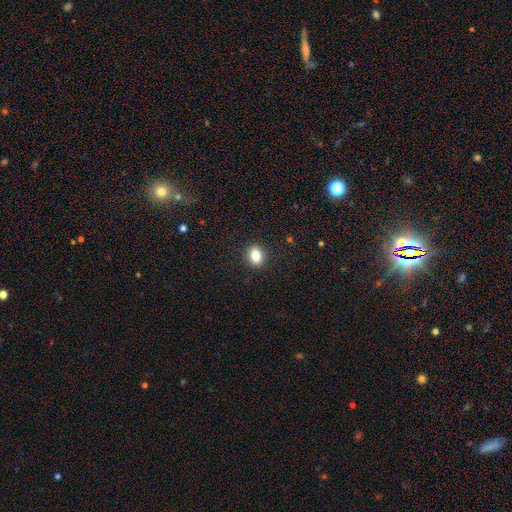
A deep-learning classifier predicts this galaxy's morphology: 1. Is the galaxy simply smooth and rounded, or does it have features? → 82% smooth, 10% star or artifact, 8% featured or disk.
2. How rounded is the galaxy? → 61% in between, 38% round, 1% cigar-shaped.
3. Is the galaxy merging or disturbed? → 90% none, 7% minor disturbance, 2% major disturbance, 1% merger.